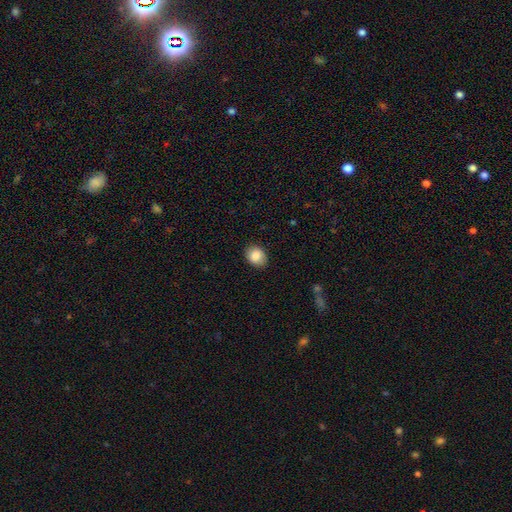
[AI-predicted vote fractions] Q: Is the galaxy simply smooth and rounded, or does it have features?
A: smooth — 85%.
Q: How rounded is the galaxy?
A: in between — 54%.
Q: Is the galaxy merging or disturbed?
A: none — 87%.